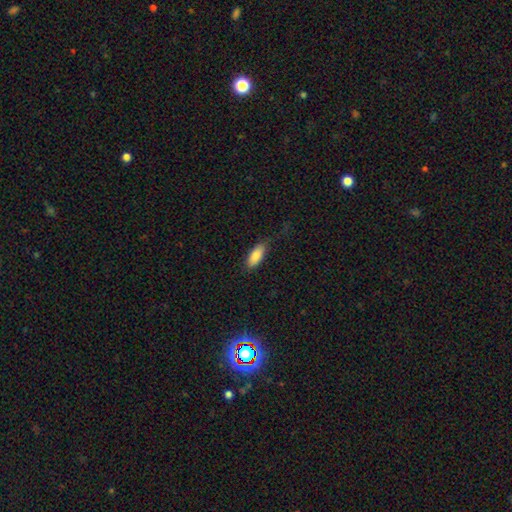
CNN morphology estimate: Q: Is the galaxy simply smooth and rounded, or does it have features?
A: smooth — 85%.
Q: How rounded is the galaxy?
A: in between — 81%.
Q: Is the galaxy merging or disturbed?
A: none — 75%.